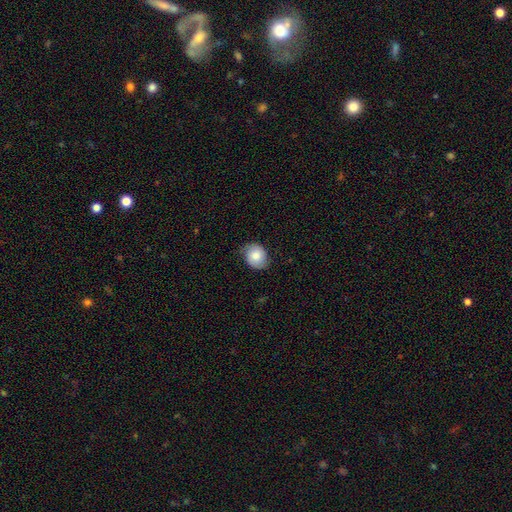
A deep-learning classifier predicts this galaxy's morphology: type=smooth (71%); roundness=round (60%); merging=none (74%).